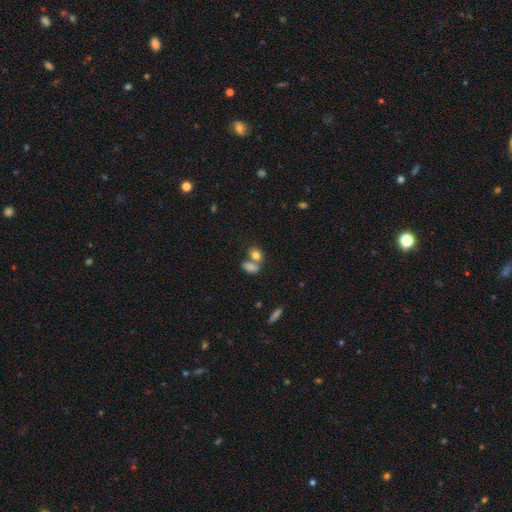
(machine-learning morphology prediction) Q: Smooth or featured?
A: smooth (81%); runner-up: star or artifact (10%)
Q: How rounded?
A: in between (73%); runner-up: round (24%)
Q: Merging?
A: merger (49%); runner-up: none (38%)